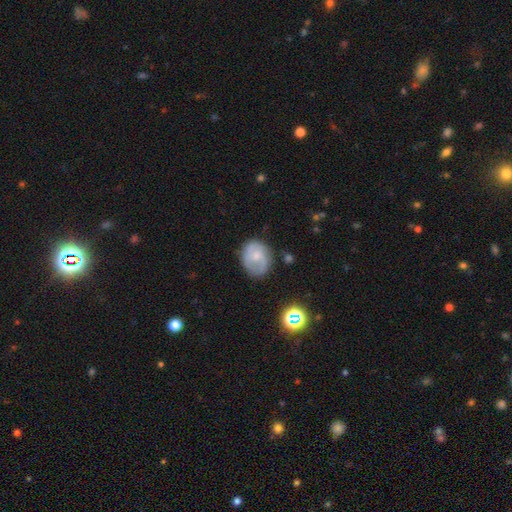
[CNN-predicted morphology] featured or disk 47%, smooth 45%, star or artifact 8%. Down the decision tree: merging — none (70%).